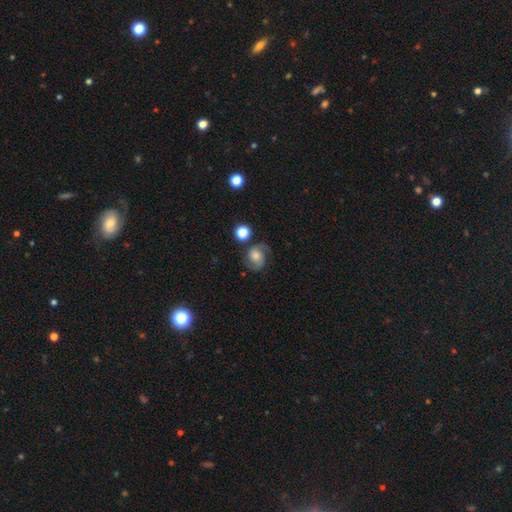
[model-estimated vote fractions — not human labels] This is likely a featured or disk galaxy (64%). It is clearly not viewed edge-on (98%). Bar: likely no (66%). Spiral arm pattern: clearly yes (93%). Spiral arm count: clearly 2 (87%). Spiral winding: possibly medium (50%). Central bulge: possibly moderate (46%). Merging: likely none (67%).